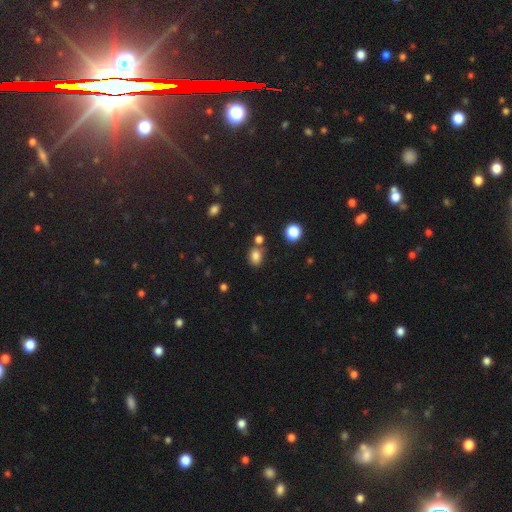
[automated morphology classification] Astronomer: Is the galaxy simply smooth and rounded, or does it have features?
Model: smooth — 81%.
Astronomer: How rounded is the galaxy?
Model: in between — 61% (runner-up: round, 38%).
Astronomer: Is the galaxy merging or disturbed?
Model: none — 67%.